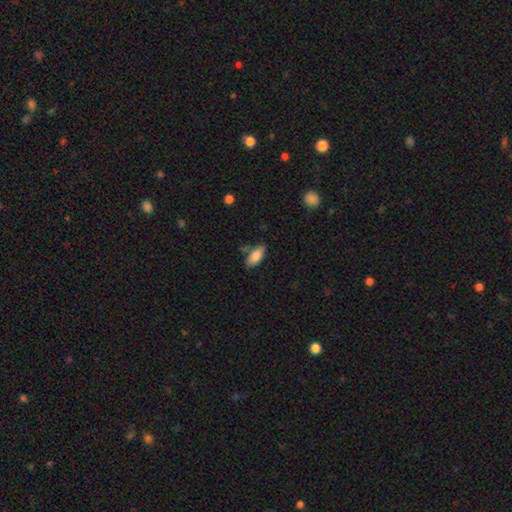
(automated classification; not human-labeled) A smooth galaxy with no disk features (83%) that is in between round and cigar-shaped (86%). Merging: none (70%).